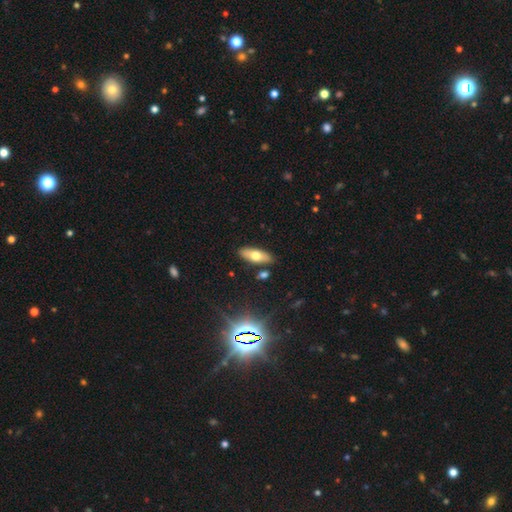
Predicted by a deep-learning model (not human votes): Smooth or featured?
  - smooth: 64% *
  - featured or disk: 27%
  - star or artifact: 9%
How rounded?
  - in between: 75% *
  - cigar-shaped: 22%
  - round: 3%
Merging?
  - none: 85% *
  - minor disturbance: 10%
  - merger: 4%
  - major disturbance: 2%